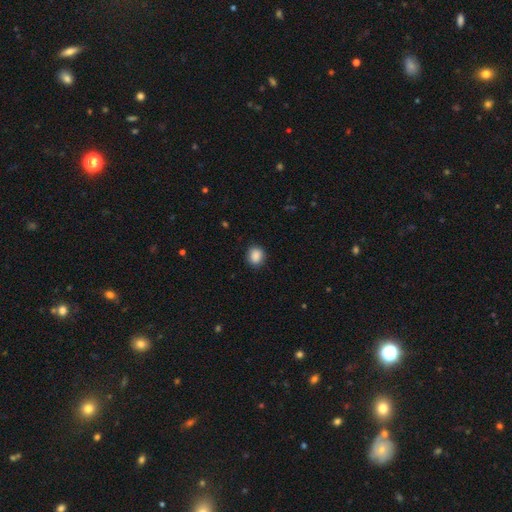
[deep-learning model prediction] A smooth galaxy with no disk features (88%) that is round (71%).

Vote fractions:
- Smooth or featured? smooth: 88% / star or artifact: 8% / featured or disk: 3%
- How rounded? round: 71% / in between: 28% / cigar-shaped: 1%
- Merging? none: 86% / minor disturbance: 11% / major disturbance: 3% / merger: 1%